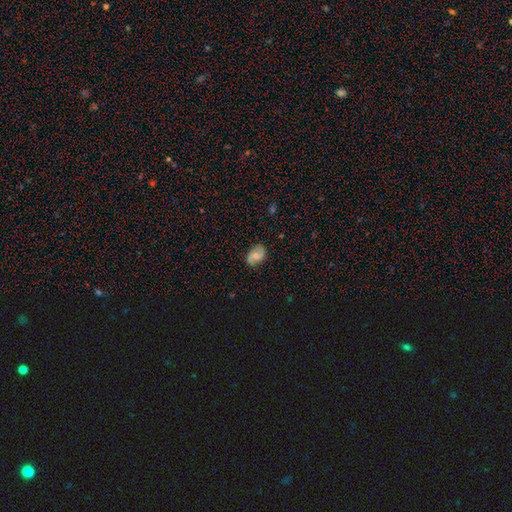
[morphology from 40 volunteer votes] smooth 48%, featured or disk 45%, star or artifact 8%. Down the decision tree: how rounded — in between (74%); merging — none (78%).